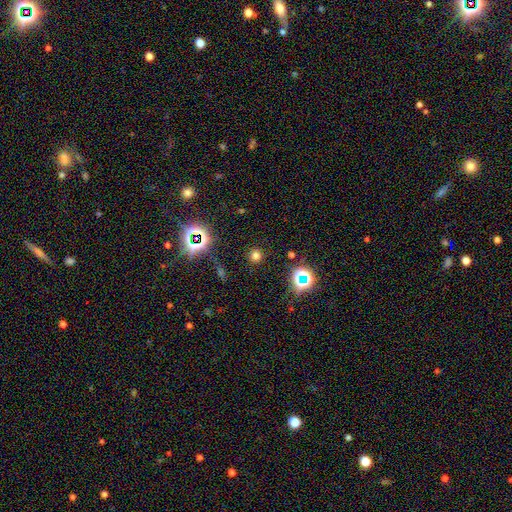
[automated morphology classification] Smooth or featured? smooth (66%)
How rounded? round (93%)
Merging? none (90%)